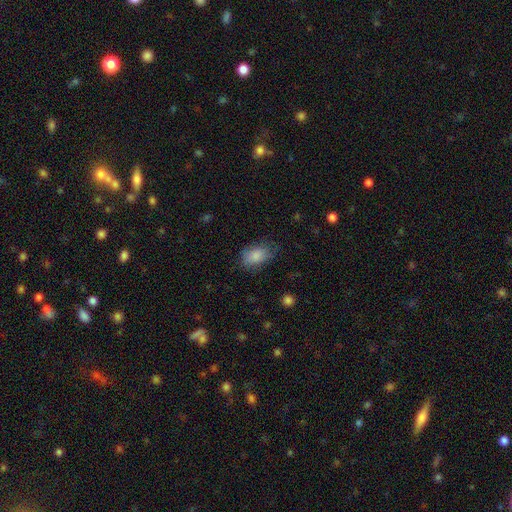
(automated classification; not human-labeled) smooth-or-featured: smooth: 85% | star or artifact: 8% | featured or disk: 7%
  how-rounded: in between: 86% | round: 13% | cigar-shaped: 2%
  merging: none: 67% | minor disturbance: 24% | major disturbance: 8% | merger: 1%